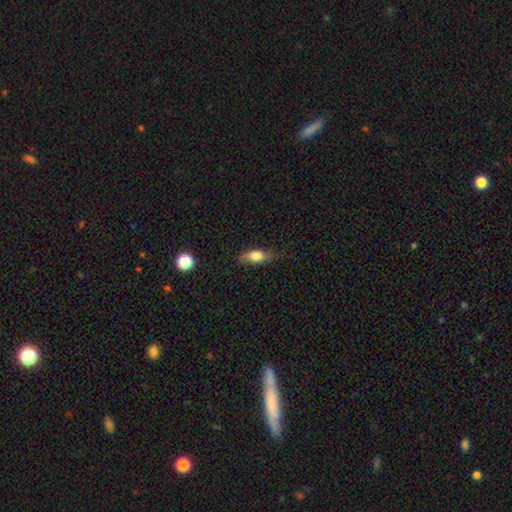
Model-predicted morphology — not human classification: smooth_or_featured: smooth (p=0.69) [alt: featured or disk p=0.23]
how_rounded: in between (p=0.74) [alt: cigar-shaped p=0.21]
merging: none (p=0.66) [alt: minor disturbance p=0.25]